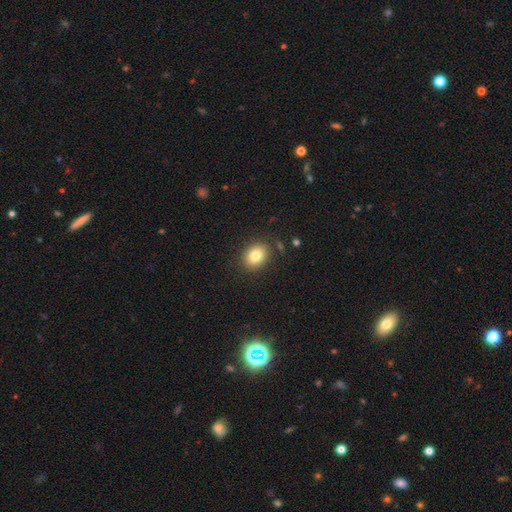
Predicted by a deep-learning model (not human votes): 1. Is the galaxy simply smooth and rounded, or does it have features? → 81% smooth, 10% star or artifact, 9% featured or disk.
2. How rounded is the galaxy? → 50% in between, 49% round, 1% cigar-shaped.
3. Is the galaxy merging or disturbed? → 86% none, 9% minor disturbance, 3% major disturbance, 2% merger.